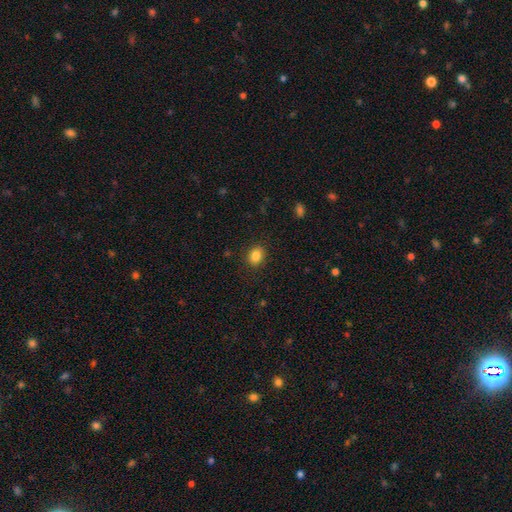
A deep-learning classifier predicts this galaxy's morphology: Smooth or featured? Predicted: smooth (p=0.86). How rounded? Predicted: in between (p=0.57). Merging? Predicted: none (p=0.88).